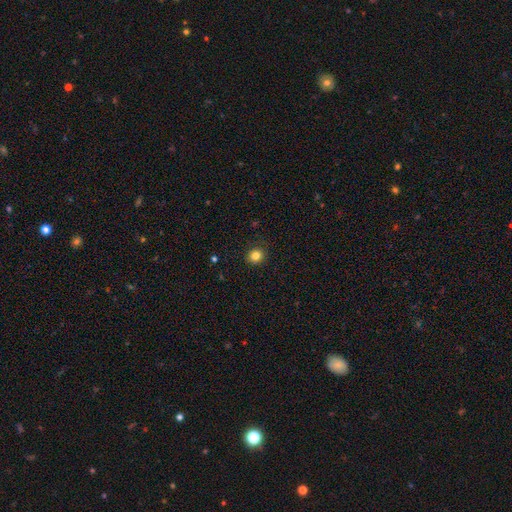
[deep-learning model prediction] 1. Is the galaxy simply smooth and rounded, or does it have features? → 83% smooth, 12% star or artifact, 5% featured or disk.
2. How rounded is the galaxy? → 83% round, 16% in between, 1% cigar-shaped.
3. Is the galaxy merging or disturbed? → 91% none, 6% minor disturbance, 2% major disturbance, 1% merger.